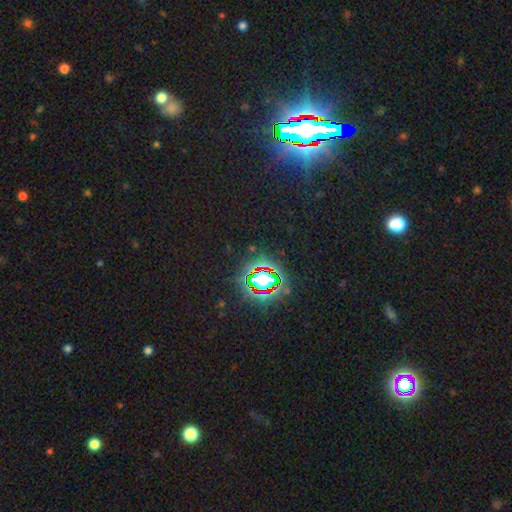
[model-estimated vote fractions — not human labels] smooth-or-featured: star or artifact: 84% | smooth: 9% | featured or disk: 7%